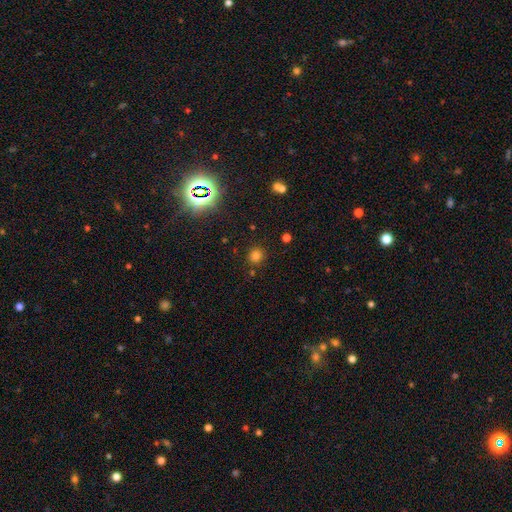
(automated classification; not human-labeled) A smooth galaxy with no disk features (74%) that is round (87%). Merging: none (85%).